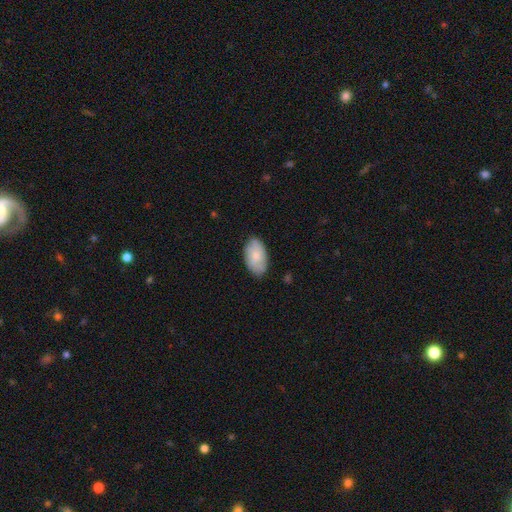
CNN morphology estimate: smooth-or-featured: smooth: 78% | featured or disk: 17% | star or artifact: 6%
  how-rounded: in between: 94% | round: 4% | cigar-shaped: 1%
  merging: none: 82% | minor disturbance: 14% | major disturbance: 3% | merger: 1%